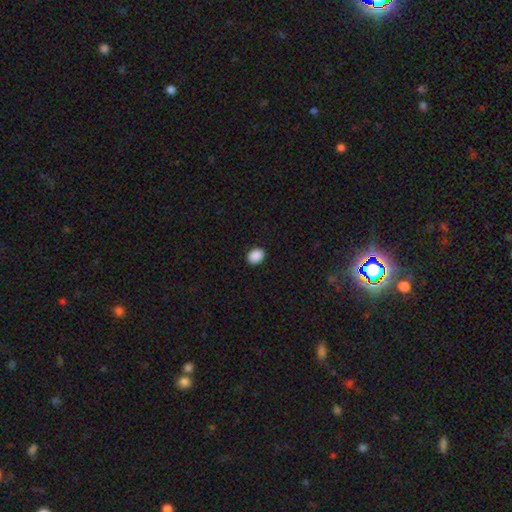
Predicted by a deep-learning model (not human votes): Overall: smooth (90%). How rounded: in between (66%; round 33%). Merging: none (91%).